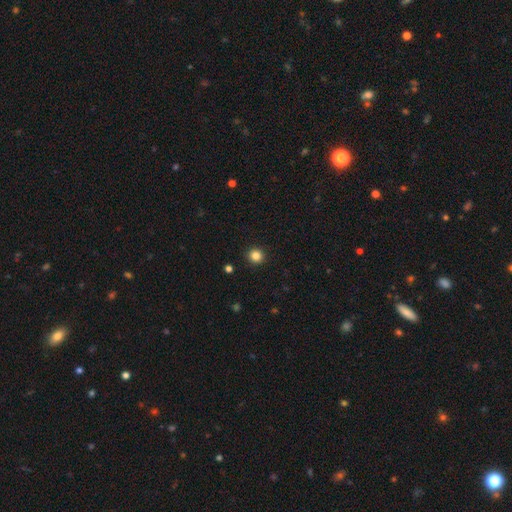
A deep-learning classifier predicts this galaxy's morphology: The model was most divided on "smooth or featured": smooth: 84%, star or artifact: 12%, featured or disk: 4%. More confident: merging — none (93%); how rounded — round (93%).